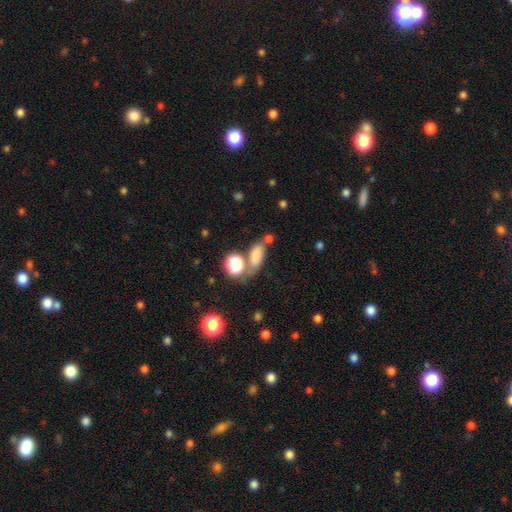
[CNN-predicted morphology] A smooth galaxy with no disk features (76%) that is in between round and cigar-shaped (72%).

Vote fractions:
- Smooth or featured? smooth: 76% / star or artifact: 14% / featured or disk: 10%
- How rounded? in between: 72% / round: 16% / cigar-shaped: 12%
- Merging? none: 54% / merger: 23% / minor disturbance: 15% / major disturbance: 7%